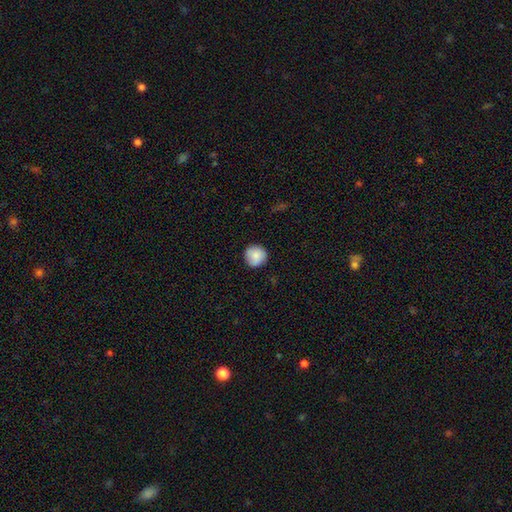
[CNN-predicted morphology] Smooth or featured?
  - smooth: 85% *
  - featured or disk: 8%
  - star or artifact: 7%
How rounded?
  - round: 94% *
  - in between: 5%
  - cigar-shaped: 1%
Merging?
  - none: 86% *
  - minor disturbance: 11%
  - major disturbance: 2%
  - merger: 1%